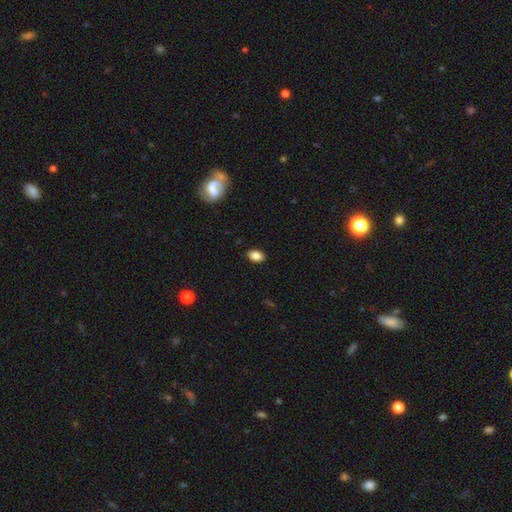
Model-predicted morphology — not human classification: Overall: smooth (85%). How rounded: in between (89%). Merging: none (88%).